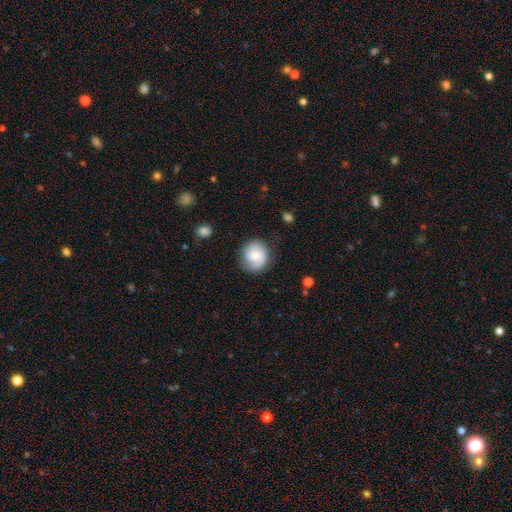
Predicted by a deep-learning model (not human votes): Morphology: type=smooth (53%); roundness=round (83%); merging=none (81%).